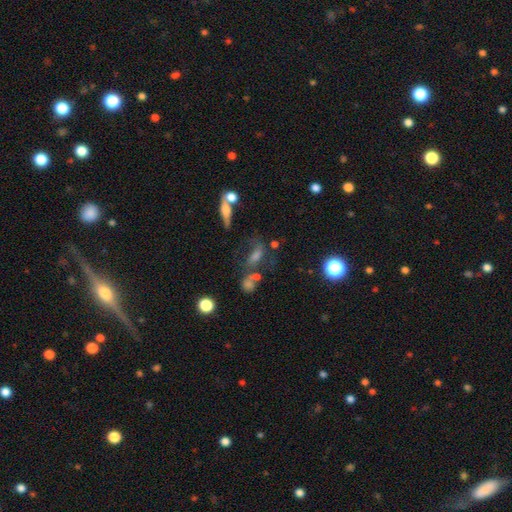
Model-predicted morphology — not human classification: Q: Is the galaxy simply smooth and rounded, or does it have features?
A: smooth — 39%.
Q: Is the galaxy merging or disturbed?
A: none — 43%.